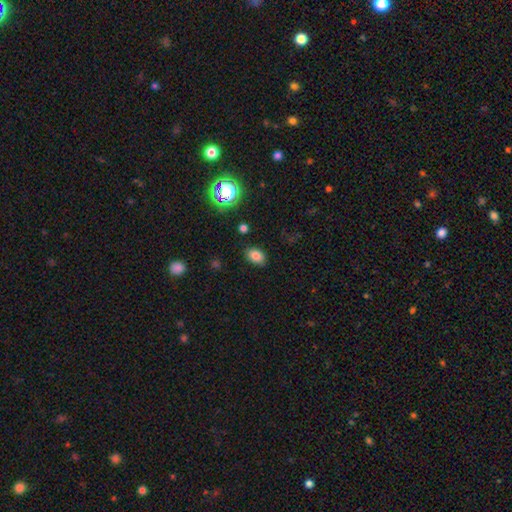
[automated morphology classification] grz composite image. It shows a smooth galaxy with no disk features (80%) that is in between round and cigar-shaped (82%). Merging: none (86%).